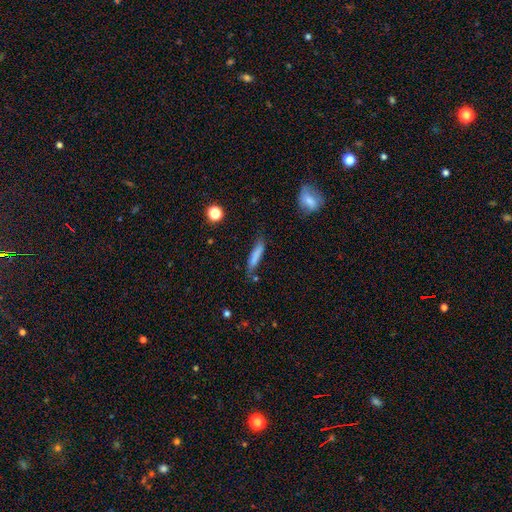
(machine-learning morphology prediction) Overall: smooth (78%). How rounded: cigar-shaped (80%). Merging: none (70%).